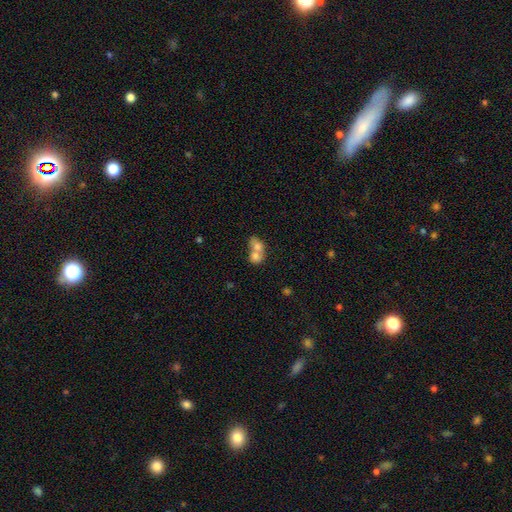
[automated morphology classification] This is likely a smooth galaxy (69%). How rounded: possibly in between (50%). Merging: likely merger (77%).